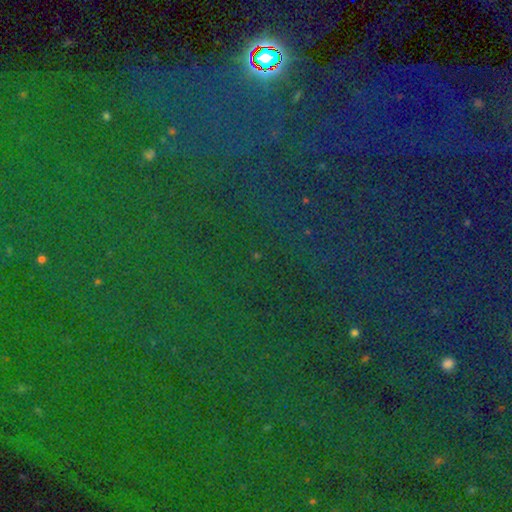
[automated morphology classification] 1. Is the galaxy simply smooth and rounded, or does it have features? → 81% star or artifact, 11% smooth, 8% featured or disk.